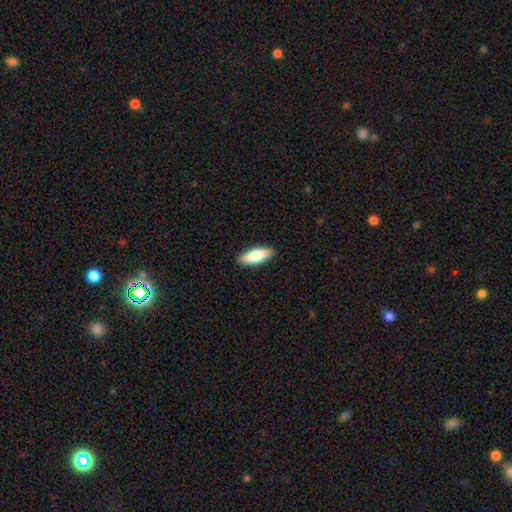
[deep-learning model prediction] Morphology: type=smooth (82%); roundness=in between (68%); merging=none (89%).